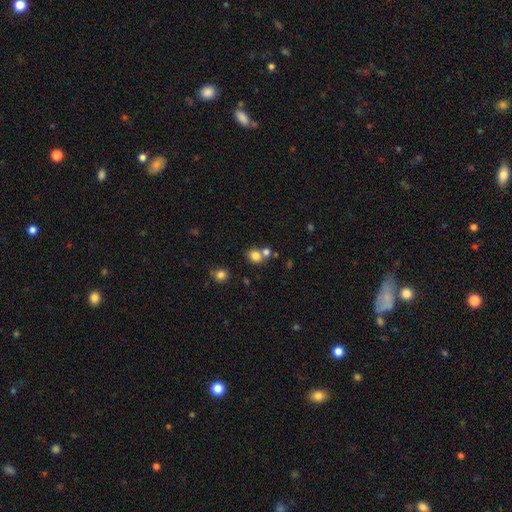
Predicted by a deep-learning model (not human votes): This is likely a smooth galaxy (79%). How rounded: likely round (65%). Merging: possibly none (51%).